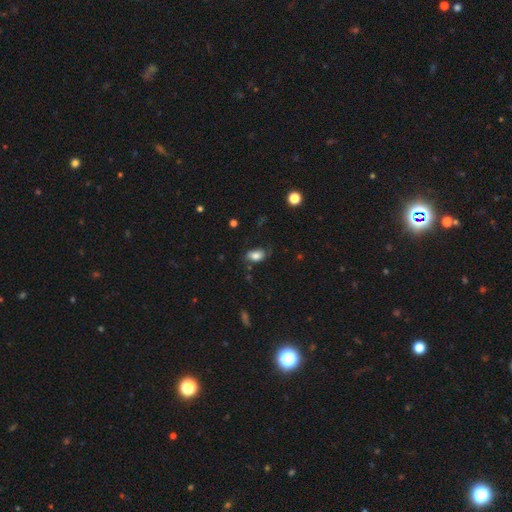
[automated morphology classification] Smooth or featured? Predicted: smooth (p=0.78). How rounded? Predicted: in between (p=0.89). Merging? Predicted: none (p=0.65).